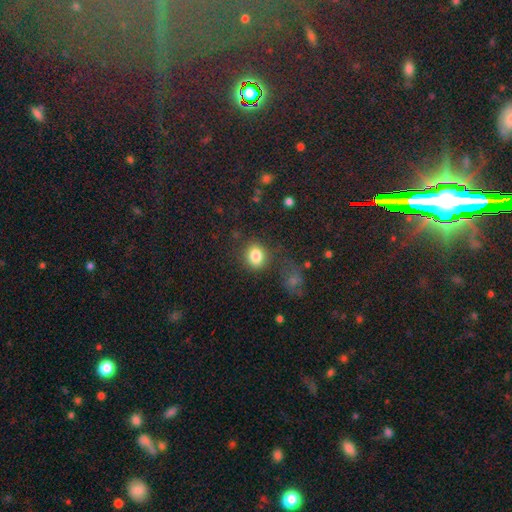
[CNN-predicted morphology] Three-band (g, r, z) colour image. It shows a smooth galaxy with no disk features (83%) that is round (58%). Merging: none (76%).